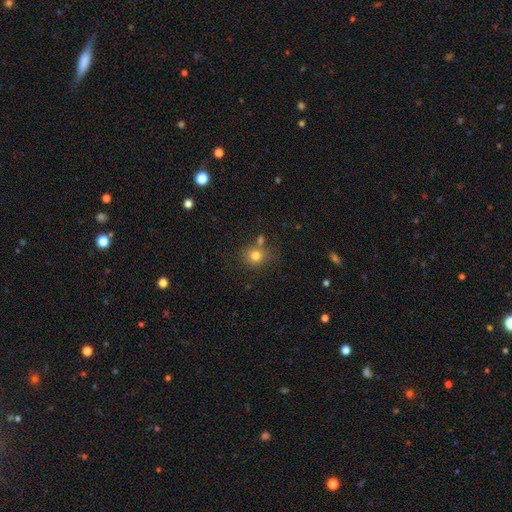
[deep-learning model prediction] Smooth or featured? Predicted: smooth (p=0.78). How rounded? Predicted: round (p=0.80). Merging? Predicted: none (p=0.66).